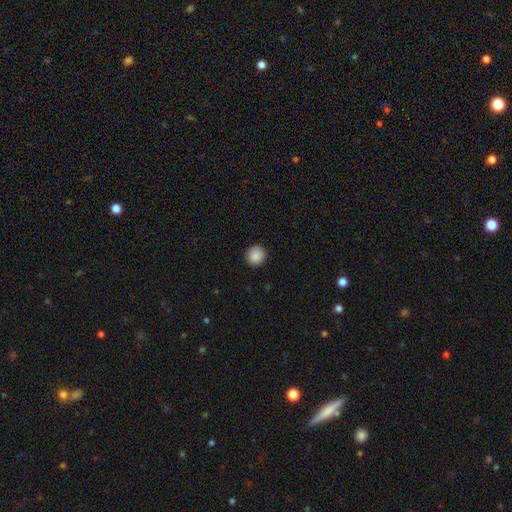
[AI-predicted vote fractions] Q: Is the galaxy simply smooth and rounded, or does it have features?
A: smooth — 88%.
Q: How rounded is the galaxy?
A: round — 93%.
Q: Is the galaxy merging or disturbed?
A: none — 92%.